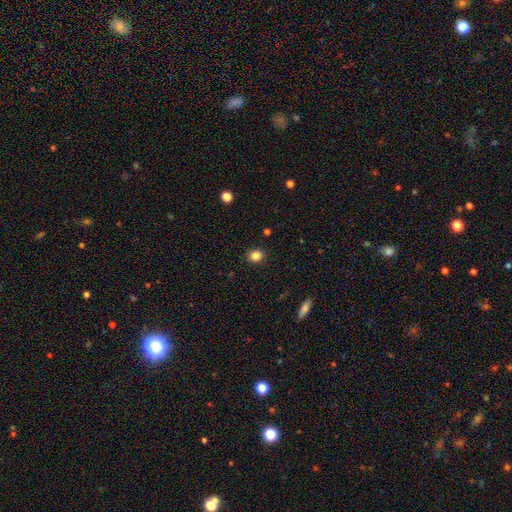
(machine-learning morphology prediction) Smooth or featured? Predicted: smooth (p=0.84). How rounded? Predicted: round (p=0.62). Merging? Predicted: none (p=0.89).